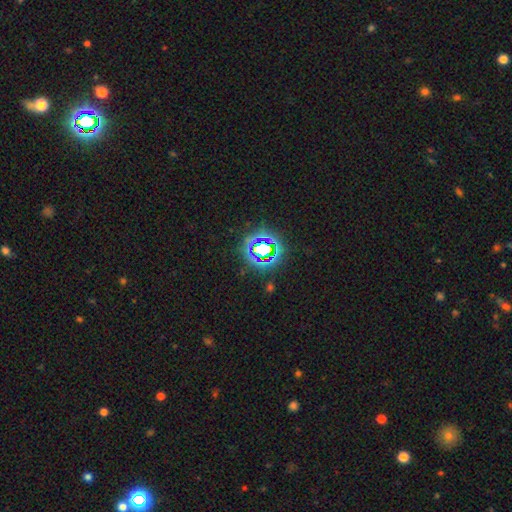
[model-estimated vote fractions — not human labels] Smooth or featured? star or artifact (78%)